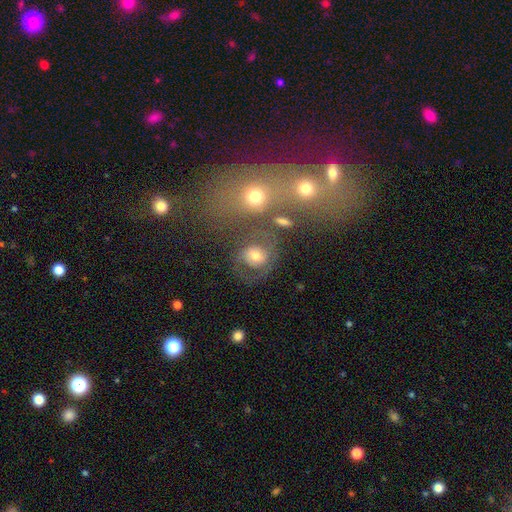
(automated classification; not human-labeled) Smooth or featured? Predicted: smooth (p=0.52). How rounded? Predicted: round (p=0.66). Merging? Predicted: none (p=0.46).